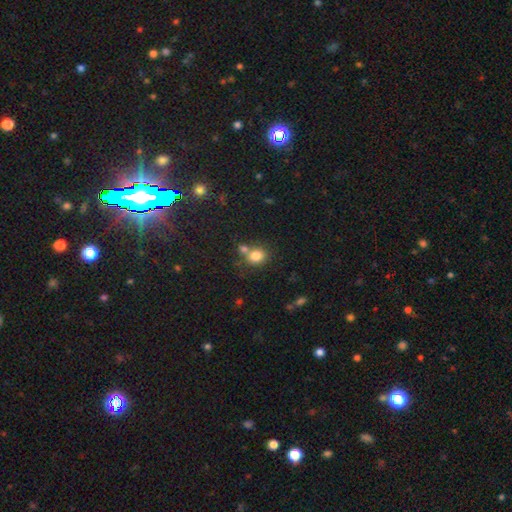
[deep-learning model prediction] Smooth or featured: smooth — 81% (star or artifact — 11%)
How rounded: round — 65% (in between — 34%)
Merging: none — 55% (merger — 31%)